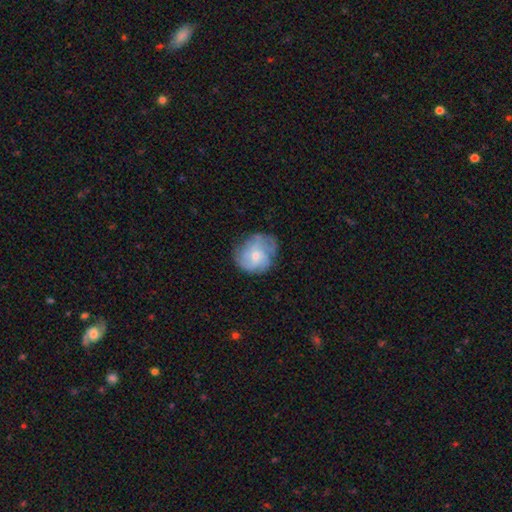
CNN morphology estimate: Smooth or featured? Predicted: featured or disk (p=0.59). Edge-on disk? Predicted: no (p=0.98). Bar? Predicted: no (p=0.71). Spiral arms? Predicted: yes (p=0.84). Bulge size? Predicted: small (p=0.59). Merging? Predicted: none (p=0.62).